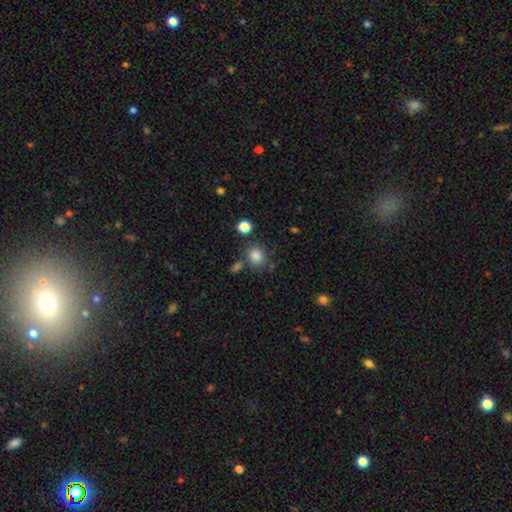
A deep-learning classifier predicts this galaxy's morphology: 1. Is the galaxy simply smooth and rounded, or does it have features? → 83% smooth, 12% star or artifact, 6% featured or disk.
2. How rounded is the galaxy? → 71% round, 28% in between, 1% cigar-shaped.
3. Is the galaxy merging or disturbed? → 72% none, 12% minor disturbance, 10% merger, 5% major disturbance.